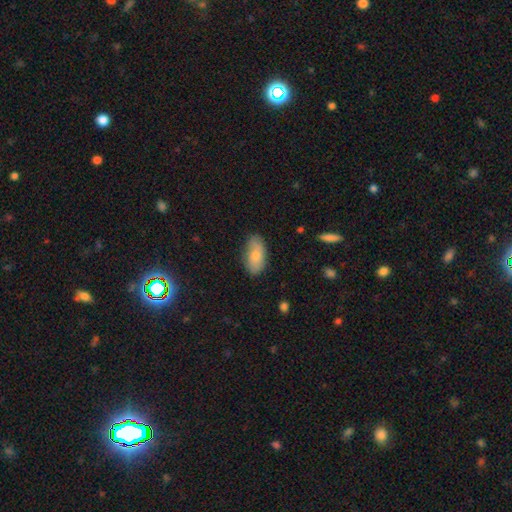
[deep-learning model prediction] A smooth galaxy with no disk features (74%) that is in between round and cigar-shaped (92%). Merging: none (77%).